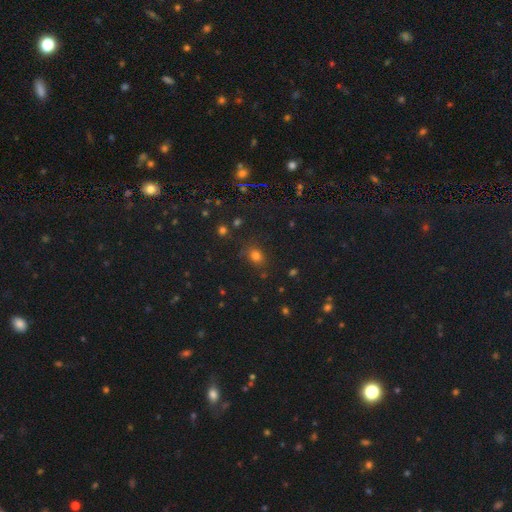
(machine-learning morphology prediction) type=smooth (73%); roundness=round (55%); merging=none (80%).